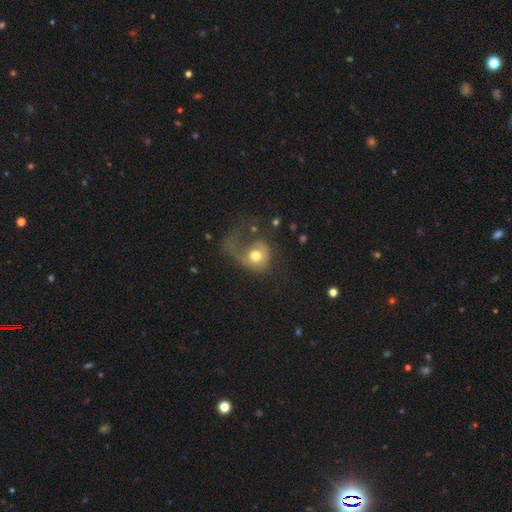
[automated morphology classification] type=smooth (55%); roundness=round (63%); merging=major disturbance (63%).